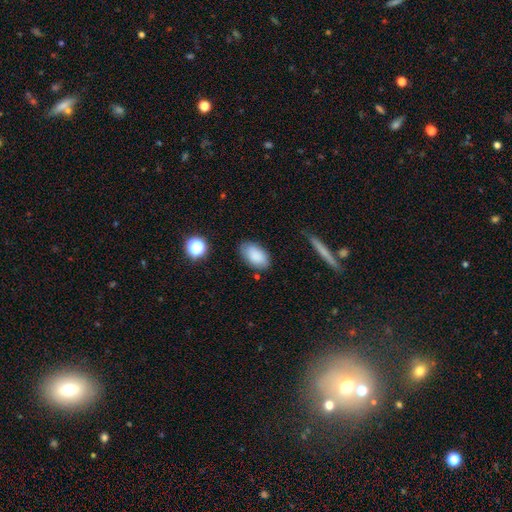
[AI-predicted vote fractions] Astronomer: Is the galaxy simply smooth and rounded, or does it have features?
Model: smooth — 86%.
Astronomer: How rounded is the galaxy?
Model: in between — 93%.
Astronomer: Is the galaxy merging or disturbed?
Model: none — 79%.